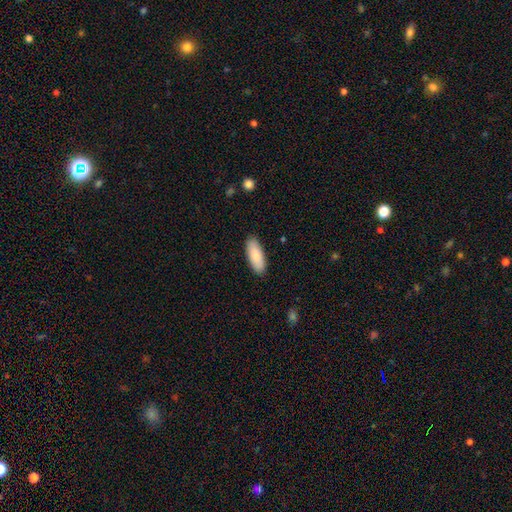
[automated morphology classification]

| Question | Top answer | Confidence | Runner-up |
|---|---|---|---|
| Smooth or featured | smooth | 88% | featured or disk (7%) |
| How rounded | in between | 73% | cigar-shaped (25%) |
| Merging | none | 89% | minor disturbance (8%) |